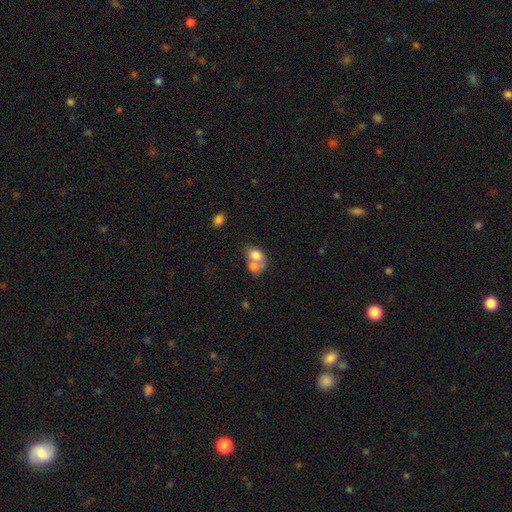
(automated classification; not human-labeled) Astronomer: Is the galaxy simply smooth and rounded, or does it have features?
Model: smooth — 74%.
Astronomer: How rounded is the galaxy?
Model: in between — 67%.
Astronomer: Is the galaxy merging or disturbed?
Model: merger — 67%.